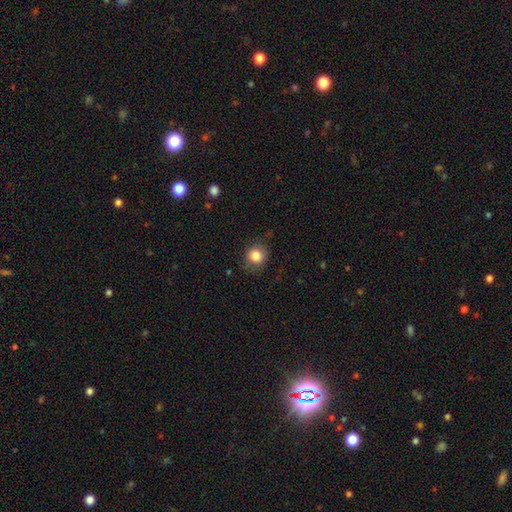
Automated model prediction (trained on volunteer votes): A smooth galaxy with no disk features (83%) that is round (82%). Merging: none (78%).